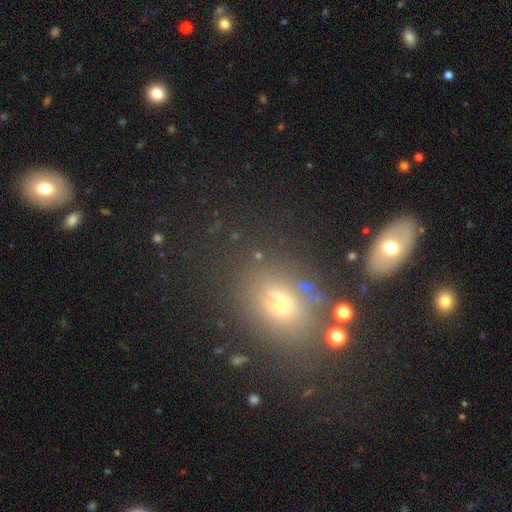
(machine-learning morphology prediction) This is possibly a smooth galaxy (59%). How rounded: likely in between (63%). Merging: likely none (70%).